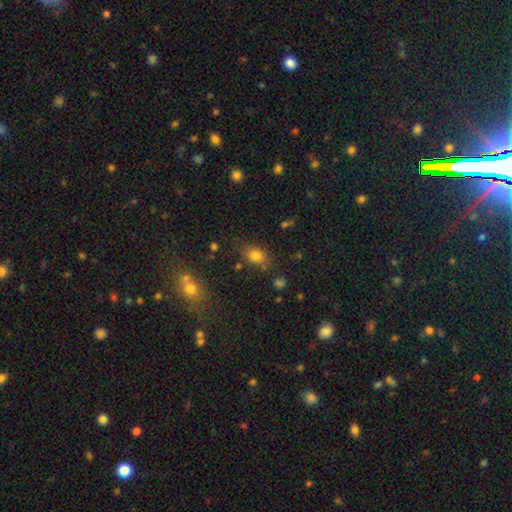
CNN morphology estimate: Overall: smooth (79%). How rounded: in between (74%). Merging: none (75%).